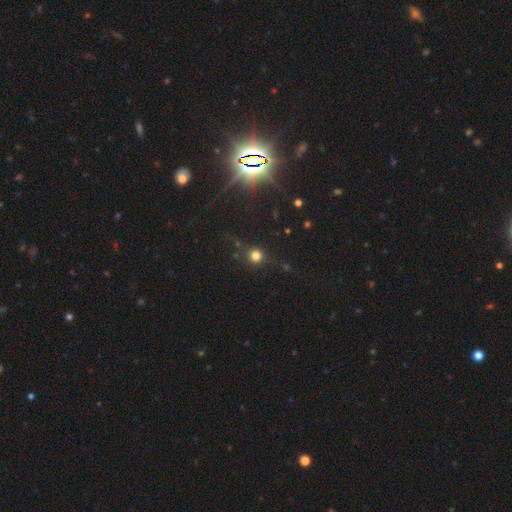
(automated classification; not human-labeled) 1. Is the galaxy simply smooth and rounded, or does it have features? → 73% smooth, 19% star or artifact, 7% featured or disk.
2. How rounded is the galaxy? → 93% round, 6% in between, 1% cigar-shaped.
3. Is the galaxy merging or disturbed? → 82% none, 10% minor disturbance, 5% major disturbance, 3% merger.